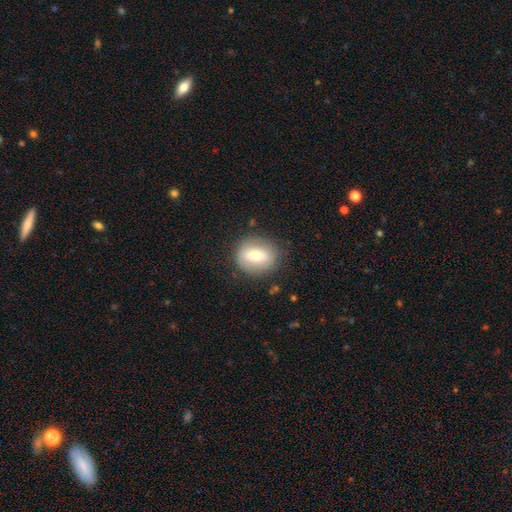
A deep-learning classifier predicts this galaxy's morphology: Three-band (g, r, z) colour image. It shows a smooth galaxy with no disk features (64%) that is round (64%). Merging: none (80%).